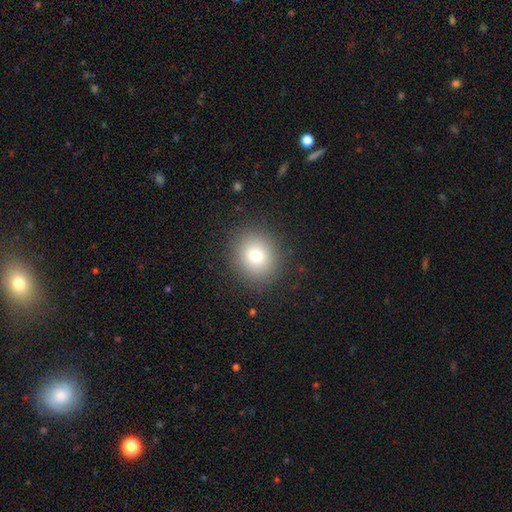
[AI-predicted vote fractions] Morphology: type=smooth (79%); roundness=round (79%); merging=none (88%).